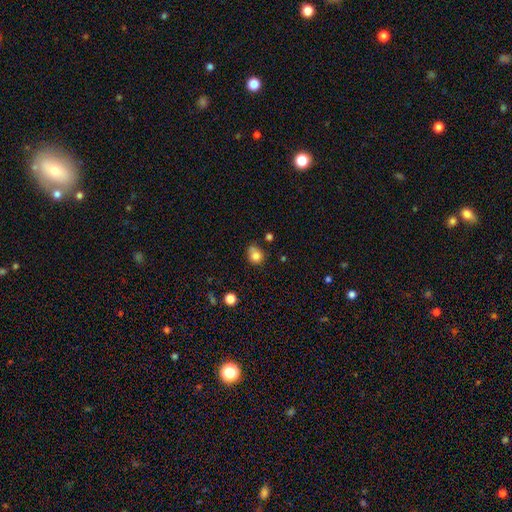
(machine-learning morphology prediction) This appears to be a smooth galaxy with no disk features (81%) that is round (71%). Merging: none (52%).